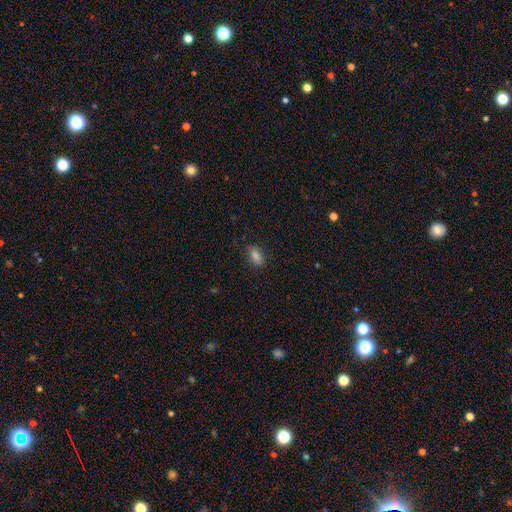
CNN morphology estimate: smooth_or_featured: smooth (p=0.82) [alt: star or artifact p=0.11]
how_rounded: in between (p=0.85) [alt: cigar-shaped p=0.08]
merging: none (p=0.81) [alt: minor disturbance p=0.14]